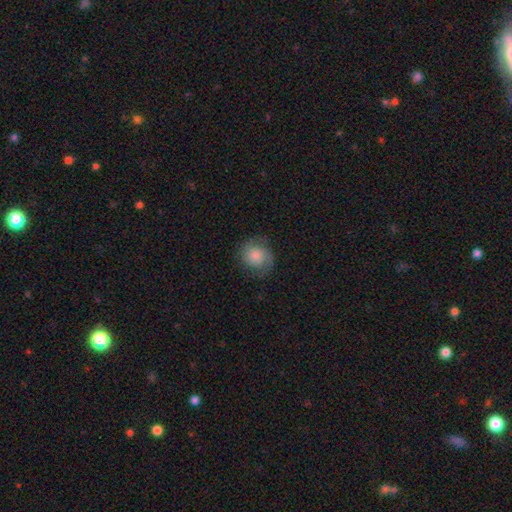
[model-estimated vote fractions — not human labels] smooth_or_featured: smooth (p=0.56) [alt: featured or disk p=0.36]
how_rounded: round (p=0.82) [alt: in between p=0.17]
merging: none (p=0.74) [alt: minor disturbance p=0.17]